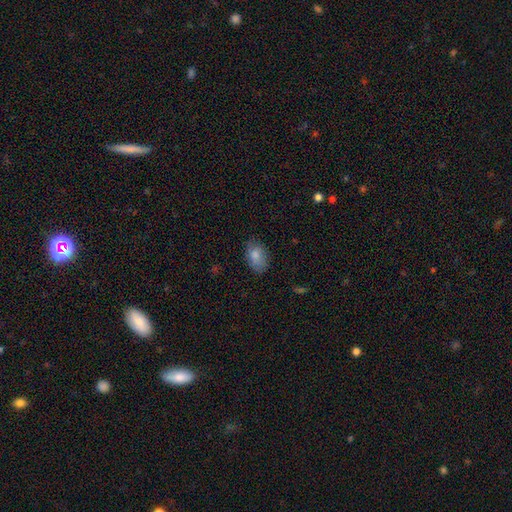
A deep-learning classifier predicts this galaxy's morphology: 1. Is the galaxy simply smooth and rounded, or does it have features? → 83% smooth, 9% featured or disk, 8% star or artifact.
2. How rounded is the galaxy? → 87% in between, 12% round, 1% cigar-shaped.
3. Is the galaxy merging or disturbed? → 72% none, 21% minor disturbance, 5% major disturbance, 1% merger.